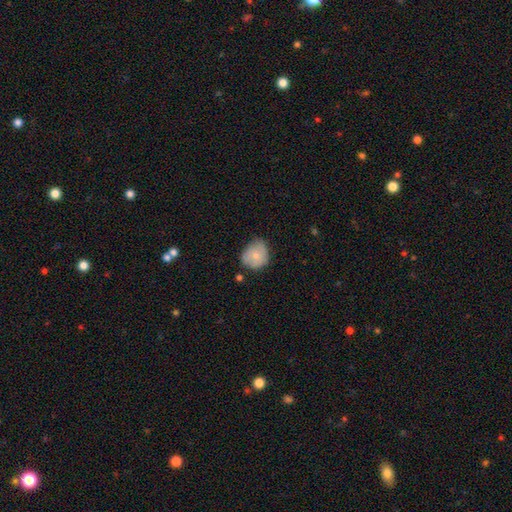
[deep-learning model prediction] Smooth or featured?
  - smooth: 72% *
  - featured or disk: 20%
  - star or artifact: 8%
How rounded?
  - round: 69% *
  - in between: 30%
  - cigar-shaped: 1%
Merging?
  - none: 53% *
  - minor disturbance: 37%
  - major disturbance: 7%
  - merger: 3%